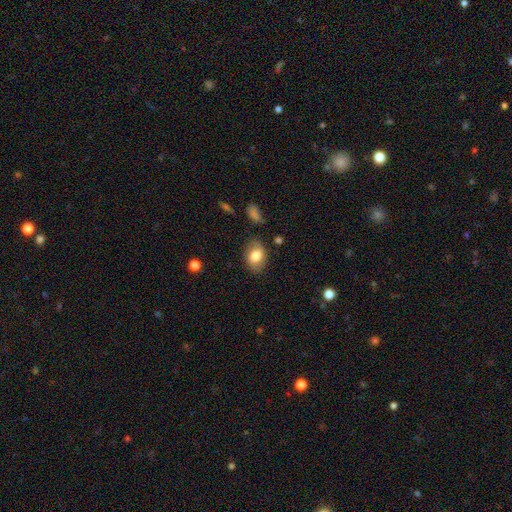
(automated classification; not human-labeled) A smooth galaxy with no disk features (80%) that is in between round and cigar-shaped (78%).

Vote fractions:
- Smooth or featured? smooth: 80% / featured or disk: 12% / star or artifact: 8%
- How rounded? in between: 78% / round: 21% / cigar-shaped: 1%
- Merging? none: 81% / minor disturbance: 14% / major disturbance: 3% / merger: 2%